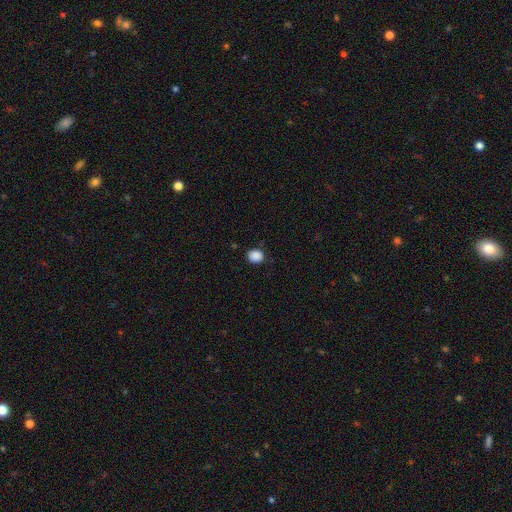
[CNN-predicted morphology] The model was most divided on "how rounded": round: 68%, in between: 31%, cigar-shaped: 1%. More confident: smooth or featured — smooth (88%); merging — none (85%).